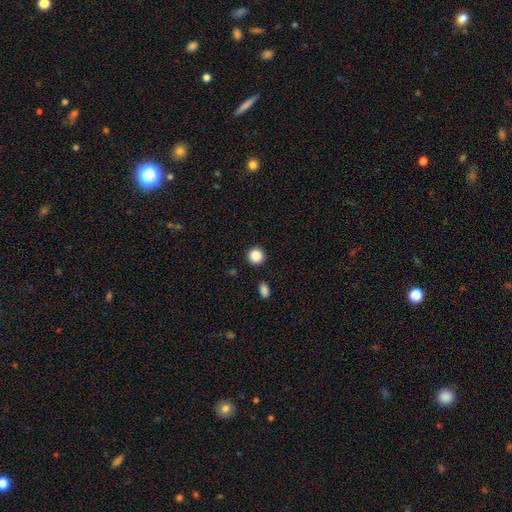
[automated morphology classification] Overall: smooth (88%). How rounded: round (94%). Merging: none (91%).